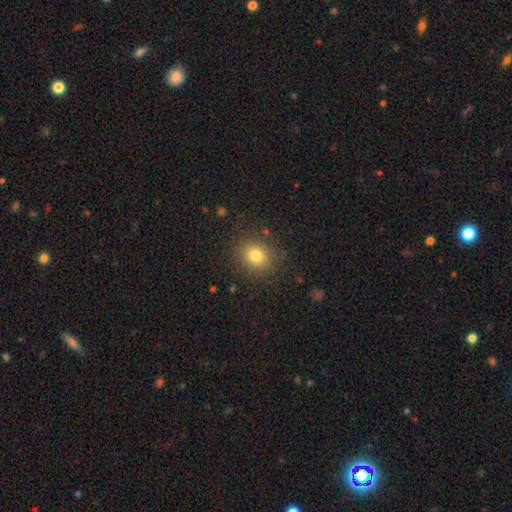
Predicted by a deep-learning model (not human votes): smooth_or_featured: smooth (p=0.79) [alt: star or artifact p=0.13]
how_rounded: round (p=0.75) [alt: in between p=0.24]
merging: none (p=0.86) [alt: minor disturbance p=0.09]